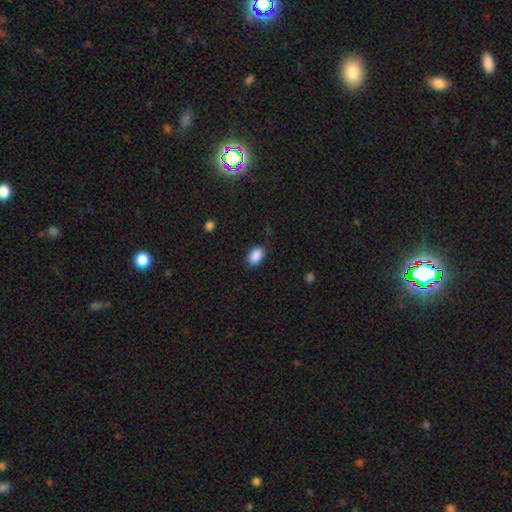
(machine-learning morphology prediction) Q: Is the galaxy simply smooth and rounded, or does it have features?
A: smooth — 89%.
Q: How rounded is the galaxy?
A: in between — 84%.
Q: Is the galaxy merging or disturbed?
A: none — 81%.